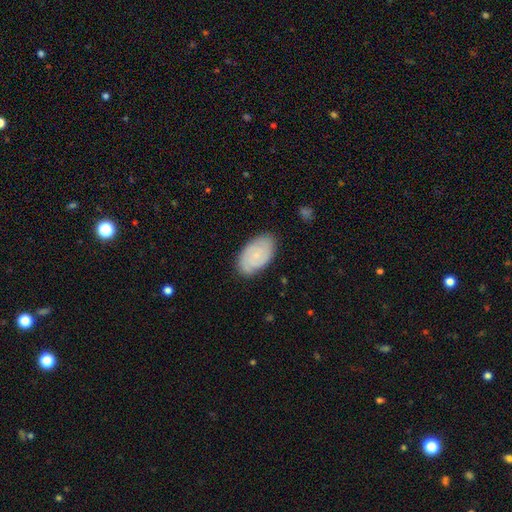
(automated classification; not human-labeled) Morphology: type=featured or disk (56%); edge-on=no (96%); bar=no (71%); spiral arms=yes (89%); bulge=small (75%); merging=none (82%).